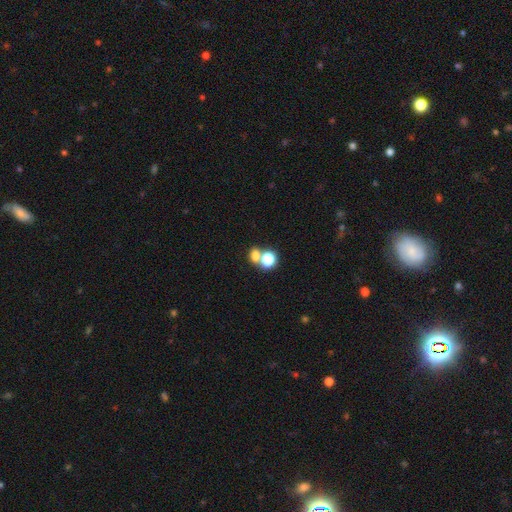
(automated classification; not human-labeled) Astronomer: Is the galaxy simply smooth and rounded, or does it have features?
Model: smooth — 70%.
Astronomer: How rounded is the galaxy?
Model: round — 59% (runner-up: in between, 39%).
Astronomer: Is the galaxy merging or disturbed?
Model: merger — 49% (runner-up: none, 41%).